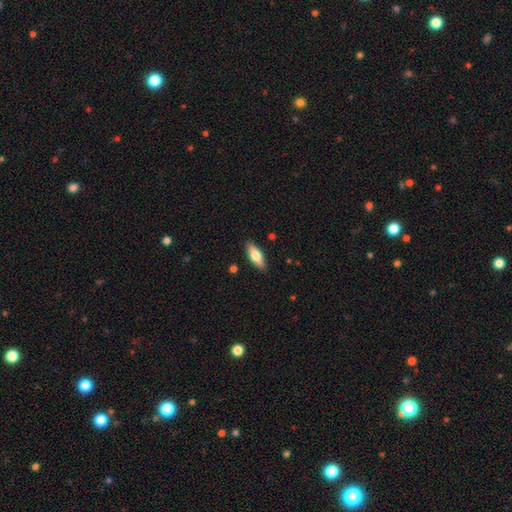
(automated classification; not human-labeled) Overall: smooth (65%; featured or disk 29%). How rounded: in between (69%). Merging: none (87%).